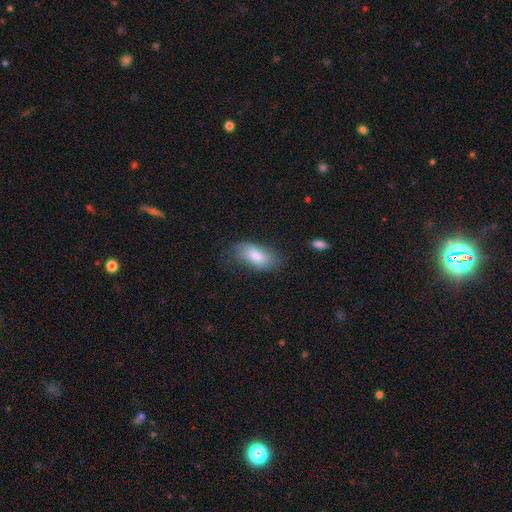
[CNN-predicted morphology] smooth-or-featured: smooth: 76% | featured or disk: 16% | star or artifact: 7%
  how-rounded: in between: 91% | cigar-shaped: 5% | round: 4%
  merging: none: 59% | minor disturbance: 28% | major disturbance: 11% | merger: 2%